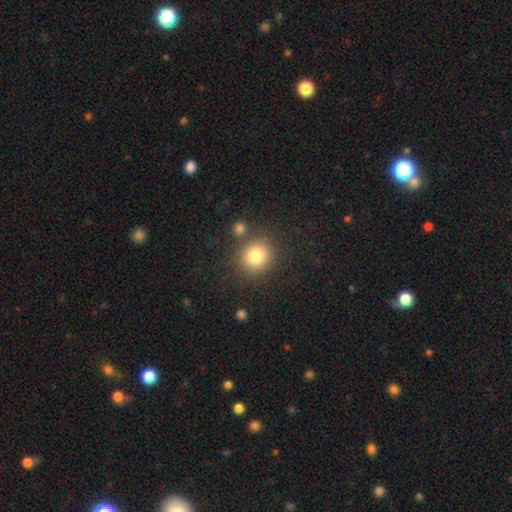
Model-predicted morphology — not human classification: Smooth or featured? Predicted: smooth (p=0.80). How rounded? Predicted: round (p=0.86). Merging? Predicted: none (p=0.80).